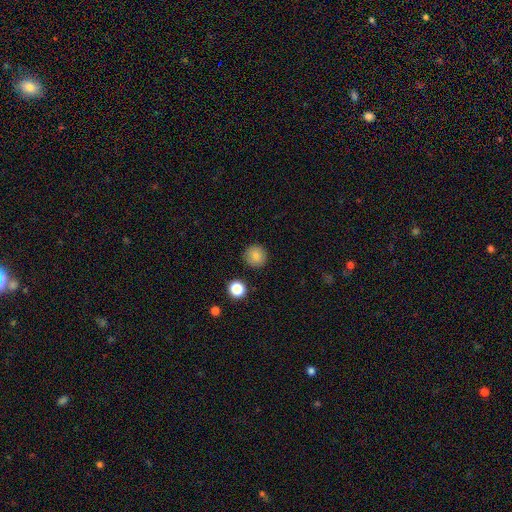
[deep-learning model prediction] Overall: smooth (83%). How rounded: round (94%). Merging: none (90%).